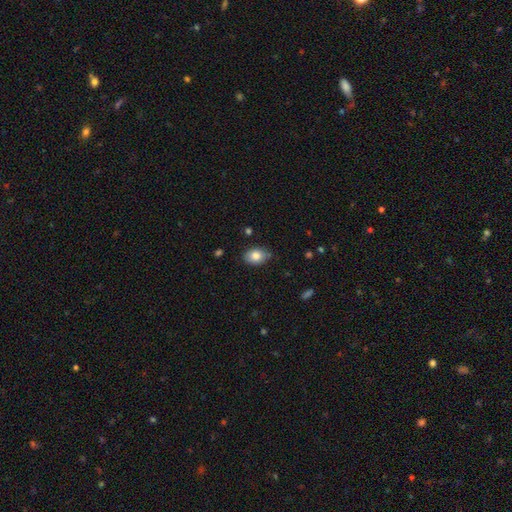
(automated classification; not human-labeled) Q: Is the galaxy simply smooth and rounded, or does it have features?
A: smooth — 82%.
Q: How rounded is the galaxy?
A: in between — 79%.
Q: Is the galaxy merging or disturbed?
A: none — 79%.